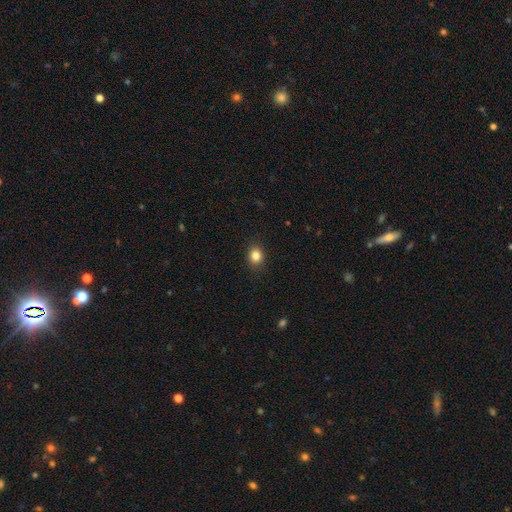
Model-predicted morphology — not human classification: Smooth or featured?
  - smooth: 83% *
  - star or artifact: 11%
  - featured or disk: 5%
How rounded?
  - round: 66% *
  - in between: 33%
  - cigar-shaped: 1%
Merging?
  - none: 89% *
  - minor disturbance: 8%
  - major disturbance: 2%
  - merger: 1%